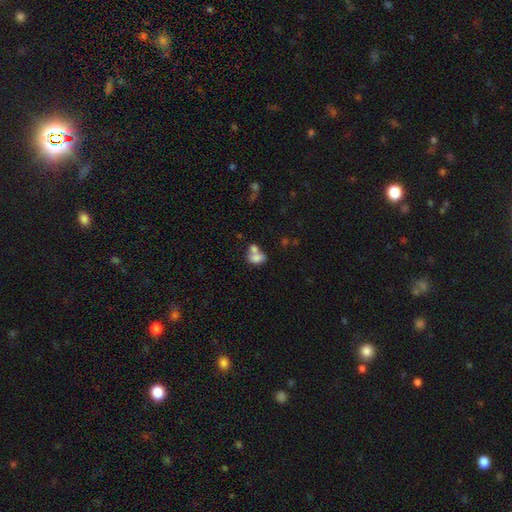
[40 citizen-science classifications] This is likely a smooth galaxy (75%). How rounded: clearly in between (87%). Merging: possibly merger (53%).